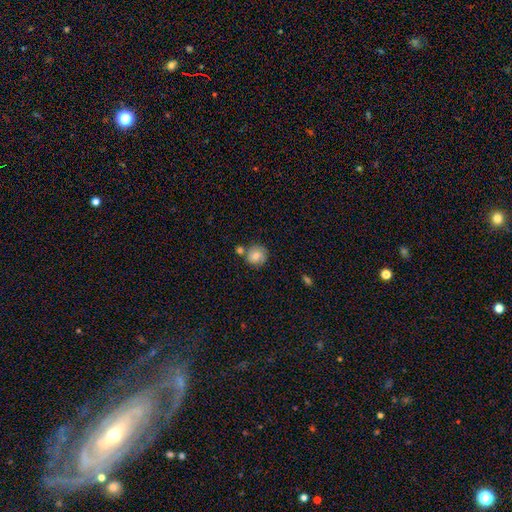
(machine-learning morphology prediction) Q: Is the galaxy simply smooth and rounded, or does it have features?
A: smooth — 77%.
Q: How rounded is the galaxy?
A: round — 89%.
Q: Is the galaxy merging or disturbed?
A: none — 66%.